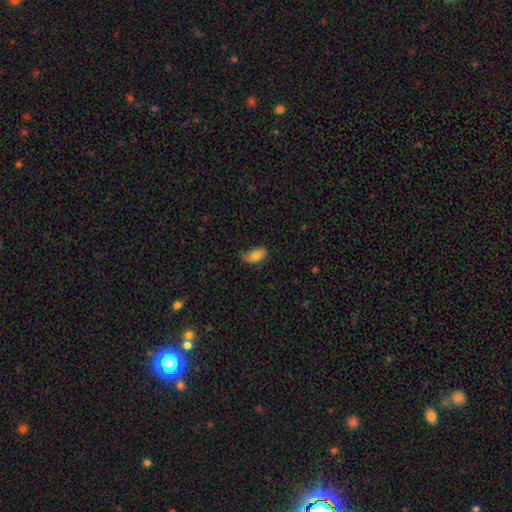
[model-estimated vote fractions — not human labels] The model was most divided on "merging": none: 59%, minor disturbance: 32%, major disturbance: 7%, merger: 2%. More confident: how rounded — in between (92%); smooth or featured — smooth (80%).